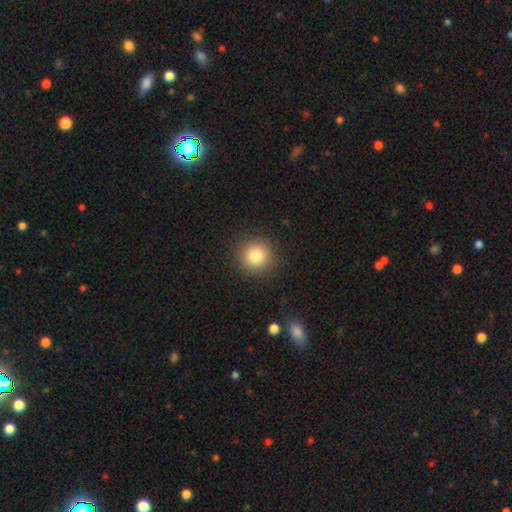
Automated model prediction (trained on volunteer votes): Smooth or featured?
  - smooth: 83% *
  - star or artifact: 11%
  - featured or disk: 7%
How rounded?
  - round: 94% *
  - in between: 5%
  - cigar-shaped: 1%
Merging?
  - none: 90% *
  - minor disturbance: 6%
  - major disturbance: 2%
  - merger: 1%